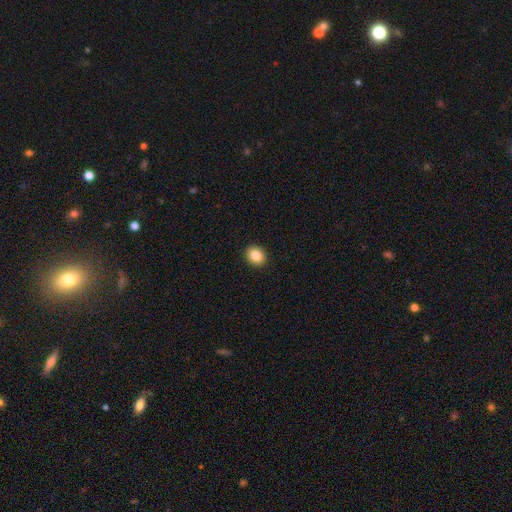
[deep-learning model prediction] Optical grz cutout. It shows a smooth galaxy with no disk features (86%) that is round (61%). Merging: none (92%).